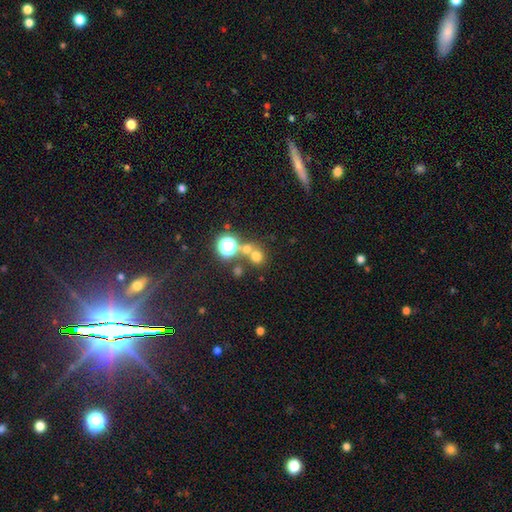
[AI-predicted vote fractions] A smooth galaxy with no disk features (65%) that is round (86%).

Vote fractions:
- Smooth or featured? smooth: 65% / star or artifact: 25% / featured or disk: 10%
- How rounded? round: 86% / in between: 13% / cigar-shaped: 1%
- Merging? none: 59% / merger: 30% / minor disturbance: 7% / major disturbance: 4%